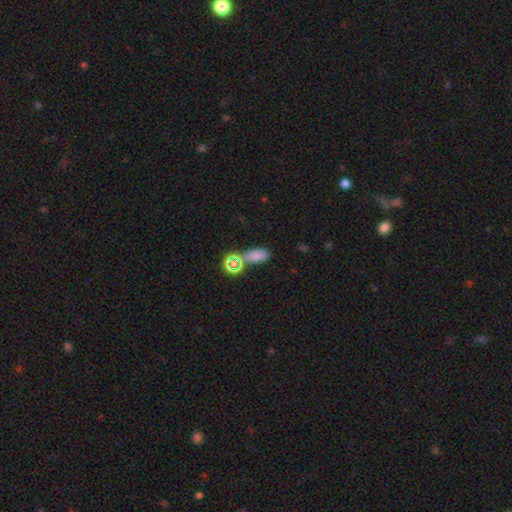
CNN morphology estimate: smooth 68%, star or artifact 25%, featured or disk 8%. Down the decision tree: how rounded — in between (83%); merging — none (59%).